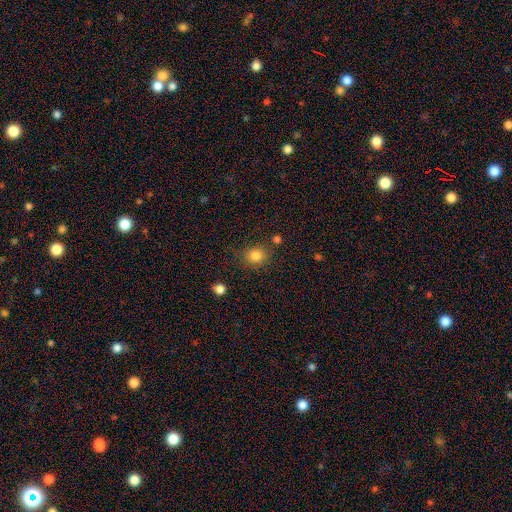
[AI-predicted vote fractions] Q: Smooth or featured?
A: smooth (83%); runner-up: star or artifact (11%)
Q: How rounded?
A: round (71%); runner-up: in between (28%)
Q: Merging?
A: none (79%); runner-up: minor disturbance (12%)